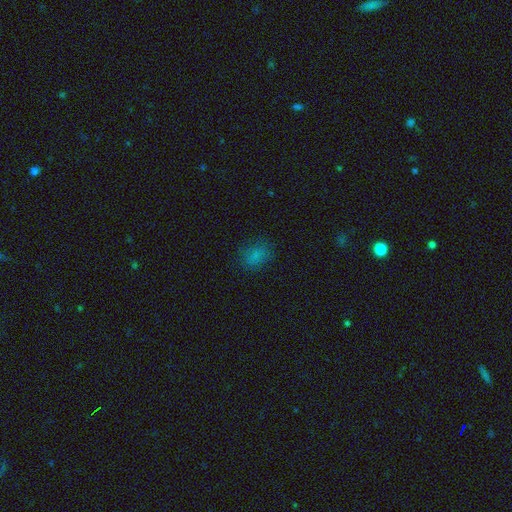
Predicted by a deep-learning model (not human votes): smooth-or-featured: smooth: 75% | star or artifact: 17% | featured or disk: 7%
  how-rounded: in between: 68% | round: 30% | cigar-shaped: 2%
  merging: none: 75% | minor disturbance: 17% | major disturbance: 6% | merger: 1%